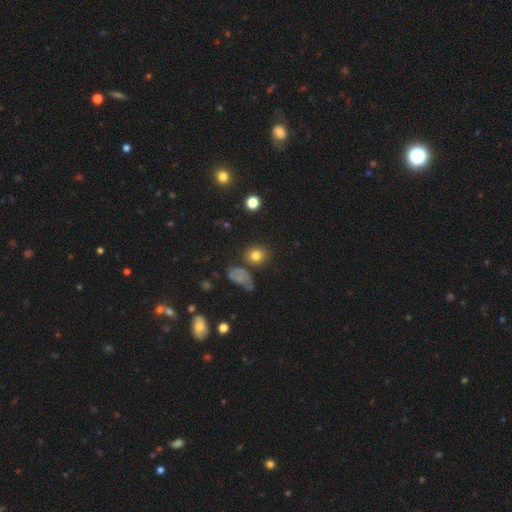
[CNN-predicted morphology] type=smooth (78%); roundness=round (74%); merging=none (74%).